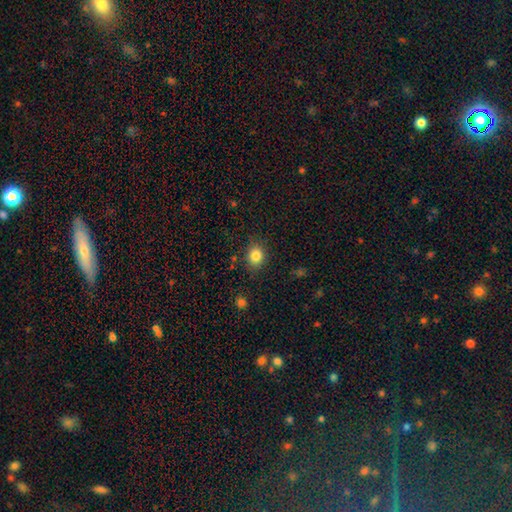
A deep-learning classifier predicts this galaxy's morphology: Smooth or featured? Predicted: smooth (p=0.84). How rounded? Predicted: round (p=0.57). Merging? Predicted: none (p=0.85).